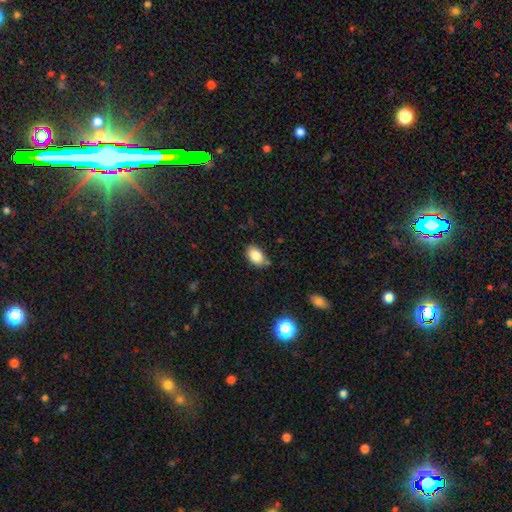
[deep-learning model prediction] Smooth or featured? smooth (84%)
How rounded? in between (89%)
Merging? none (78%)